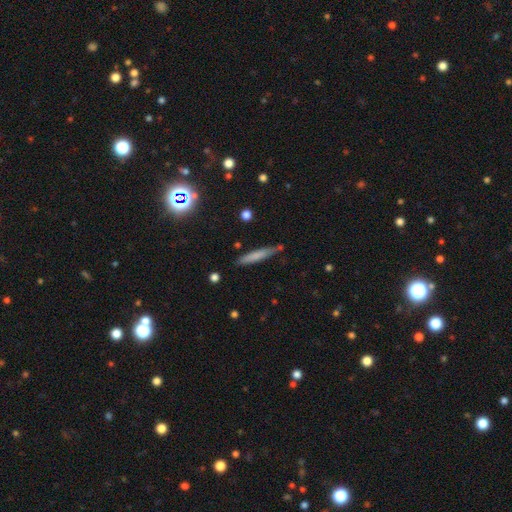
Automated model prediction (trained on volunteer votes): This appears to be a smooth galaxy with no disk features (68%) that is cigar-shaped (92%). Merging: none (79%).